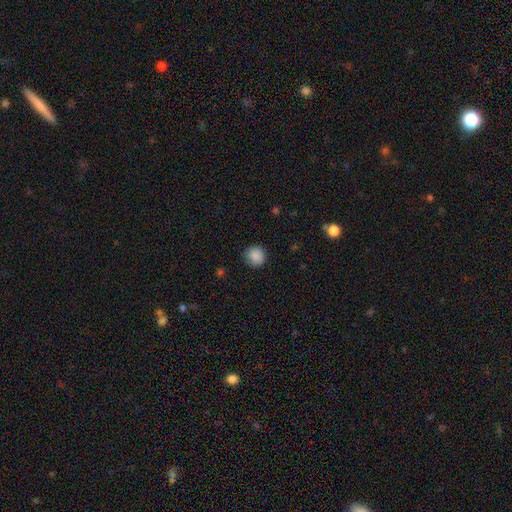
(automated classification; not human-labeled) Smooth or featured? smooth (88%)
How rounded? round (91%)
Merging? none (84%)